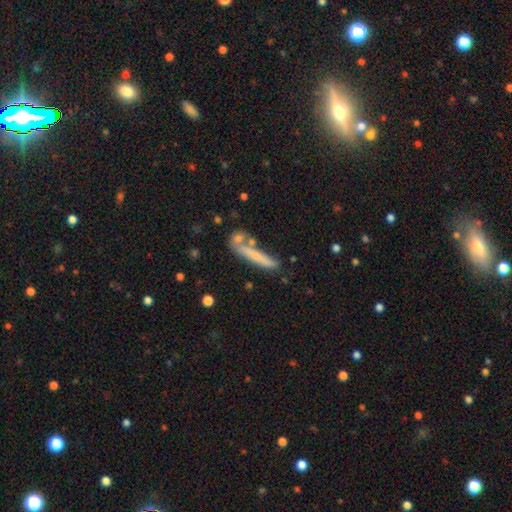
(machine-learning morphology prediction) This is likely a smooth galaxy (61%). How rounded: clearly cigar-shaped (91%). Merging: possibly none (60%).